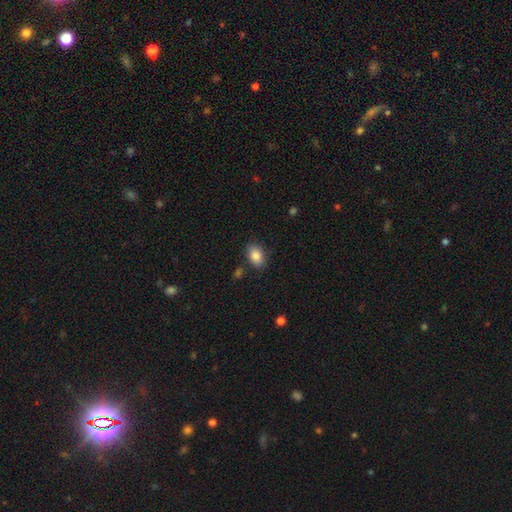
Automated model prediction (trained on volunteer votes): Smooth or featured: smooth — 86% (star or artifact — 8%)
How rounded: in between — 86% (round — 12%)
Merging: none — 82% (minor disturbance — 12%)